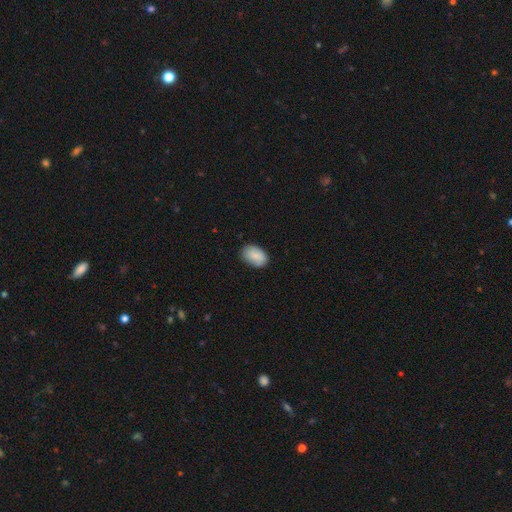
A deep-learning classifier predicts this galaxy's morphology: This is clearly a smooth galaxy (85%). How rounded: clearly in between (85%). Merging: likely none (78%).